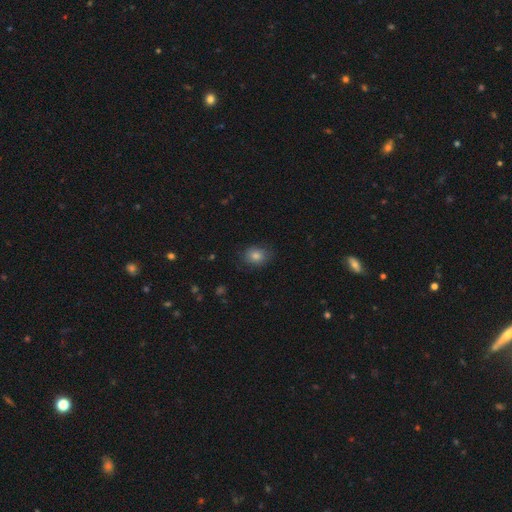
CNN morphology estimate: A smooth galaxy with no disk features (80%) that is round (56%). Merging: none (80%).